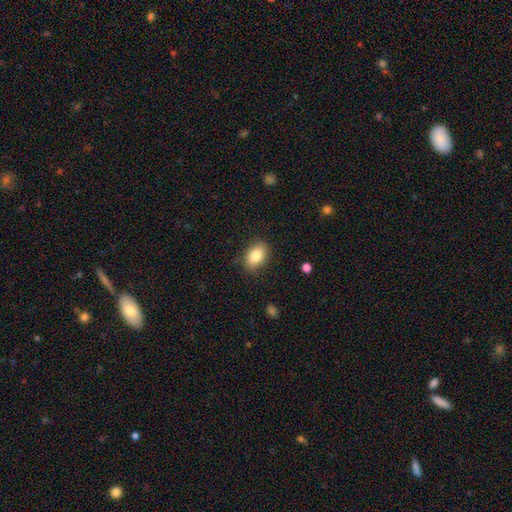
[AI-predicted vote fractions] A smooth galaxy with no disk features (84%) that is in between round and cigar-shaped (86%).

Vote fractions:
- Smooth or featured? smooth: 84% / featured or disk: 9% / star or artifact: 8%
- How rounded? in between: 86% / round: 13% / cigar-shaped: 1%
- Merging? none: 85% / minor disturbance: 11% / major disturbance: 3% / merger: 1%